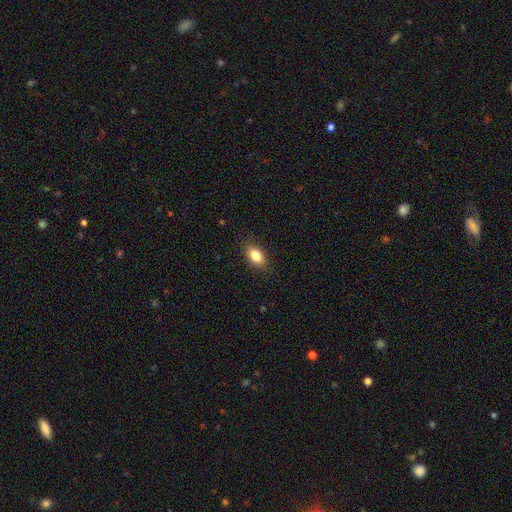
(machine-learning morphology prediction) A smooth galaxy with no disk features (85%) that is in between round and cigar-shaped (89%). Merging: none (86%).